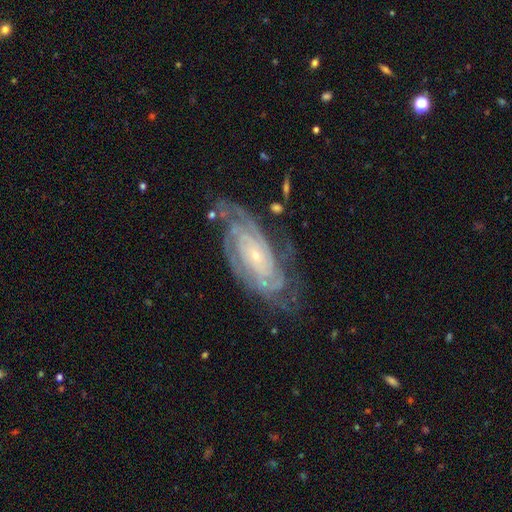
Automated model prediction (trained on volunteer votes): A featured or disk galaxy (89%) with no bar (68%), tight (76%) spiral arms (98%) and a small central bulge (83%). Merging: none (72%).